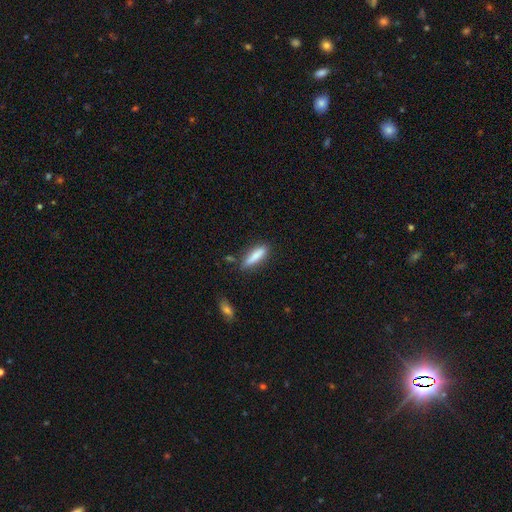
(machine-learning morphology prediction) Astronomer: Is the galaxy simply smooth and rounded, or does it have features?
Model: smooth — 81%.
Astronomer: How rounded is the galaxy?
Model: cigar-shaped — 75%.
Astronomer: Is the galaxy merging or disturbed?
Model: none — 80%.